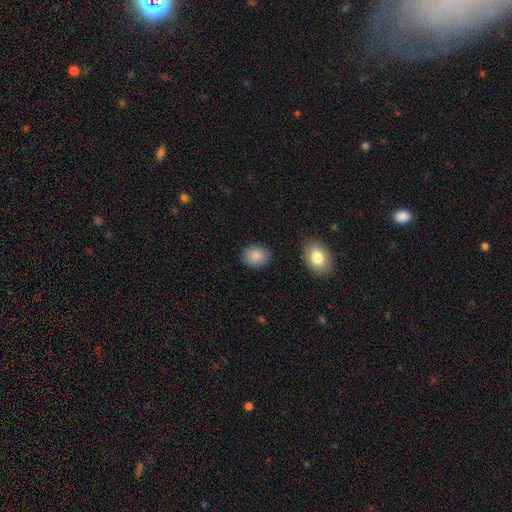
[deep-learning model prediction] smooth-or-featured: smooth: 88% | star or artifact: 8% | featured or disk: 5%
  how-rounded: round: 55% | in between: 44% | cigar-shaped: 1%
  merging: none: 87% | minor disturbance: 9% | major disturbance: 2% | merger: 2%